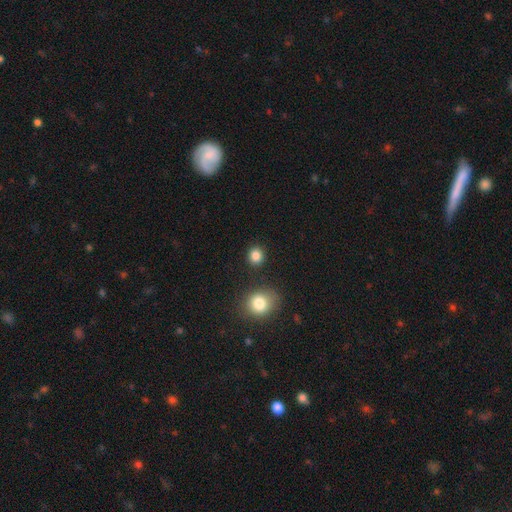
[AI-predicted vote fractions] Q: Smooth or featured?
A: smooth (85%); runner-up: star or artifact (11%)
Q: How rounded?
A: round (85%); runner-up: in between (14%)
Q: Merging?
A: none (87%); runner-up: minor disturbance (7%)